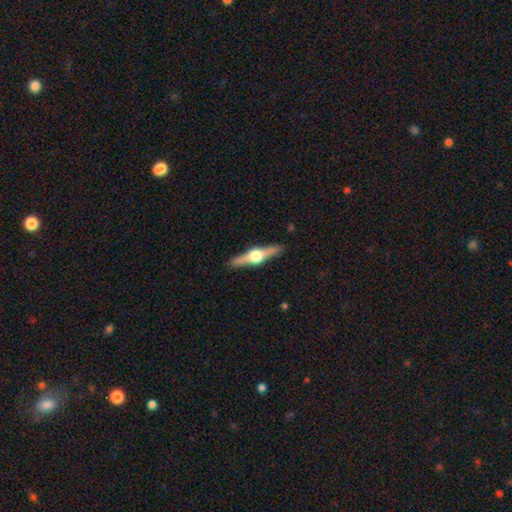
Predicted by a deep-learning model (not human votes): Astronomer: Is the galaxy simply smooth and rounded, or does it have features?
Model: featured or disk — 80%.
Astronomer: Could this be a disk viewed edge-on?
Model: yes — 98%.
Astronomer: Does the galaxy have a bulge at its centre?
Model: rounded — 96%.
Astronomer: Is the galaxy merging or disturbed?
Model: none — 91%.